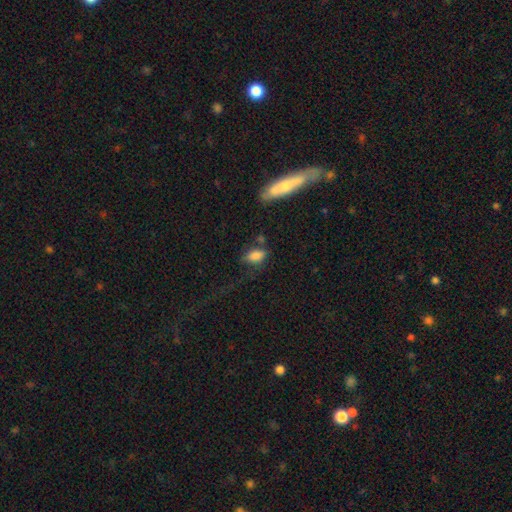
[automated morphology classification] Overall: smooth (82%). How rounded: in between (87%). Merging: none (55%; minor disturbance 25%).